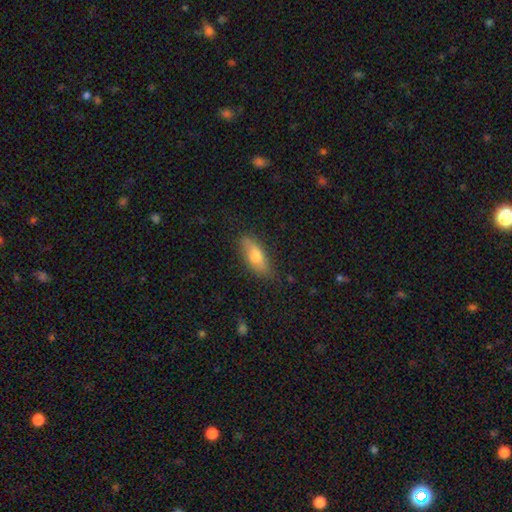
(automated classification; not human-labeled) smooth 66%, featured or disk 27%, star or artifact 7%. Down the decision tree: how rounded — in between (68%); merging — none (79%).